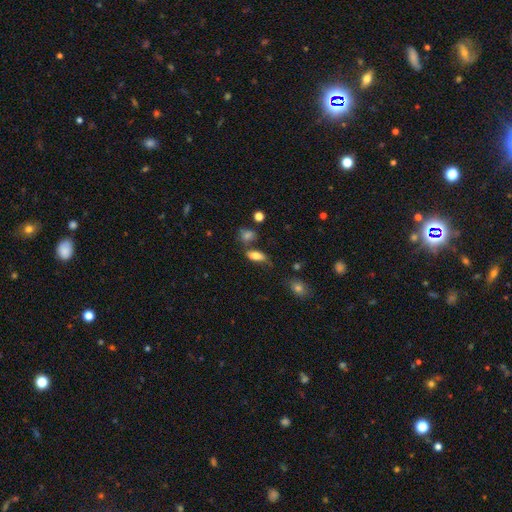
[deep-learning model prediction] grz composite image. It shows a smooth galaxy with no disk features (77%) that is in between round and cigar-shaped (83%). Merging: none (62%).